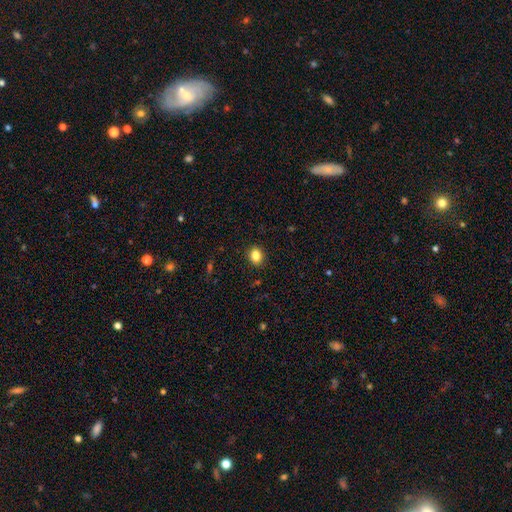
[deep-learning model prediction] Smooth or featured: smooth — 84% (star or artifact — 10%)
How rounded: in between — 53% (round — 46%)
Merging: none — 89% (minor disturbance — 8%)